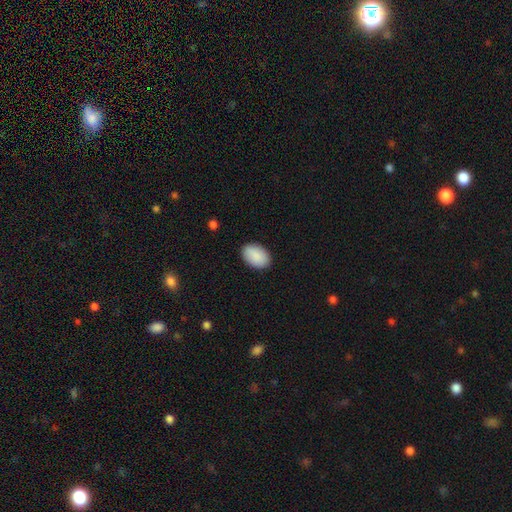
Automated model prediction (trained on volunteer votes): Smooth or featured?
  - smooth: 91% *
  - star or artifact: 6%
  - featured or disk: 3%
How rounded?
  - in between: 90% *
  - round: 9%
  - cigar-shaped: 1%
Merging?
  - none: 89% *
  - minor disturbance: 8%
  - major disturbance: 2%
  - merger: 1%